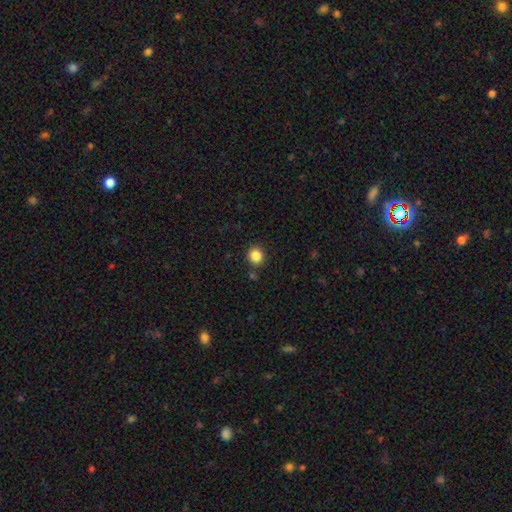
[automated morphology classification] Smooth or featured?
  - smooth: 85% *
  - star or artifact: 11%
  - featured or disk: 4%
How rounded?
  - round: 89% *
  - in between: 10%
  - cigar-shaped: 1%
Merging?
  - none: 87% *
  - minor disturbance: 7%
  - merger: 3%
  - major disturbance: 2%